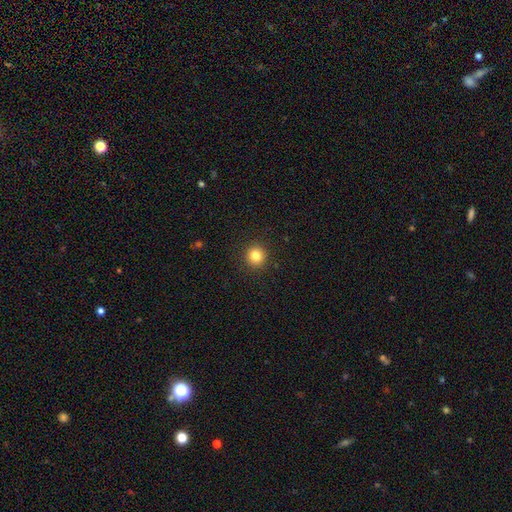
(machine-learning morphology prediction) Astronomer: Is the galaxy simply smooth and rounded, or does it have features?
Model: smooth — 83%.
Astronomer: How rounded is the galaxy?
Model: round — 94%.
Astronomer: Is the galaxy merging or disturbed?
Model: none — 92%.